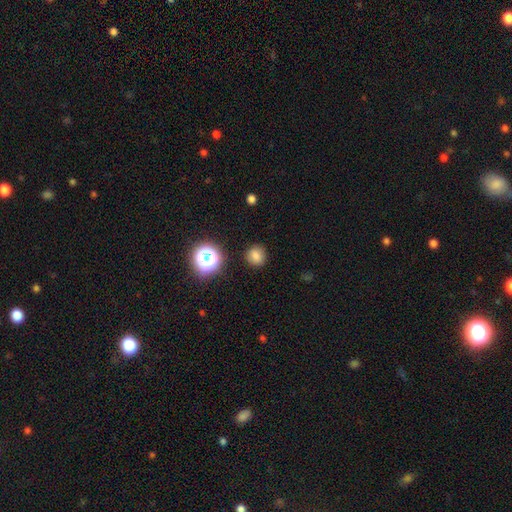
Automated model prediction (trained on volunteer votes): Smooth or featured: smooth — 79% (star or artifact — 16%)
How rounded: round — 88% (in between — 11%)
Merging: none — 88% (minor disturbance — 8%)